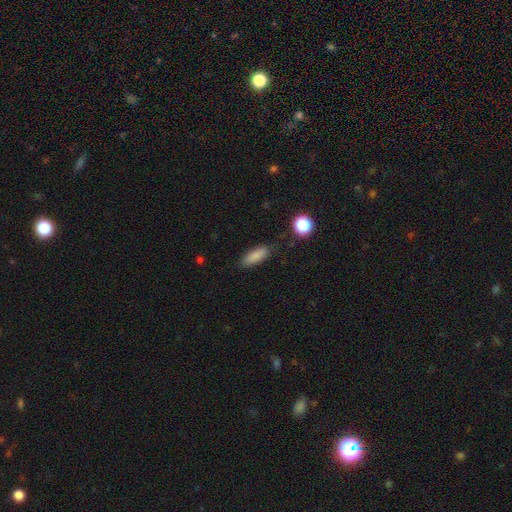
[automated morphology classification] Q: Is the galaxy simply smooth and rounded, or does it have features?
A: smooth — 84%.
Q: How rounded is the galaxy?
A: in between — 62%.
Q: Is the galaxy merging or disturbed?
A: none — 79%.